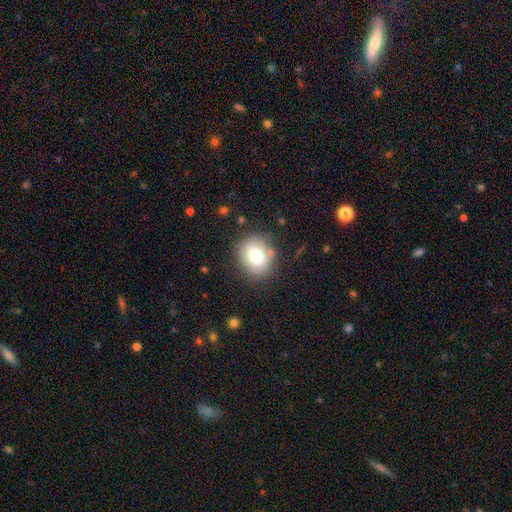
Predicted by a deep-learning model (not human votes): This appears to be a smooth galaxy with no disk features (78%) that is round (67%). Merging: none (81%).